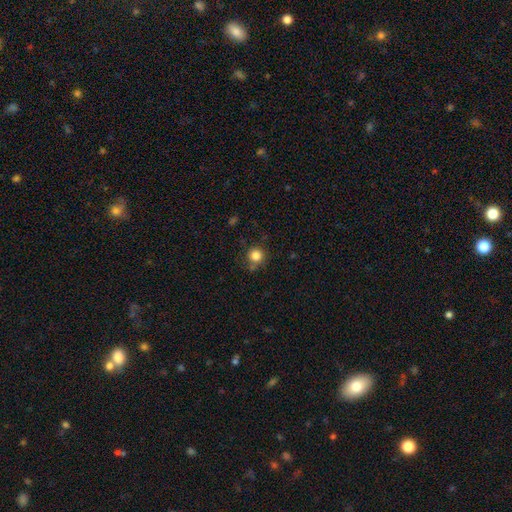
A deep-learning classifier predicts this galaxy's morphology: This appears to be a smooth galaxy with no disk features (84%) that is round (93%). Merging: none (76%).